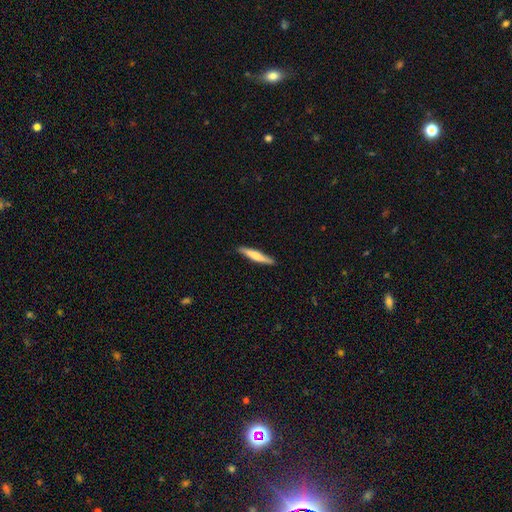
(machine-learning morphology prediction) This appears to be a smooth galaxy with no disk features (62%) that is cigar-shaped (92%). Merging: none (87%).